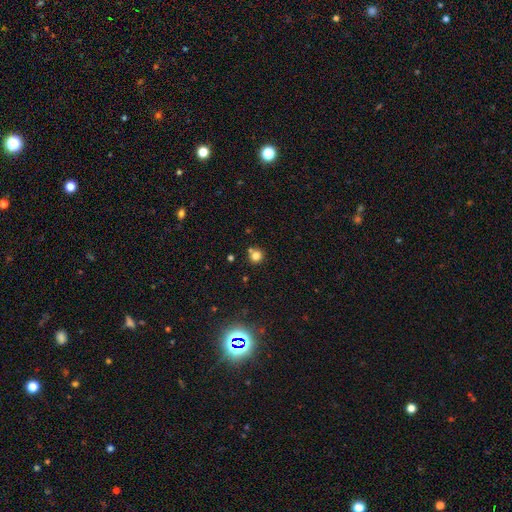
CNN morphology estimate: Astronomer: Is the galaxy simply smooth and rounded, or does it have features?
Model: smooth — 78%.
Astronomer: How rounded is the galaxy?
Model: round — 91%.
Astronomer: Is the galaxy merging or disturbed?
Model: none — 72%.